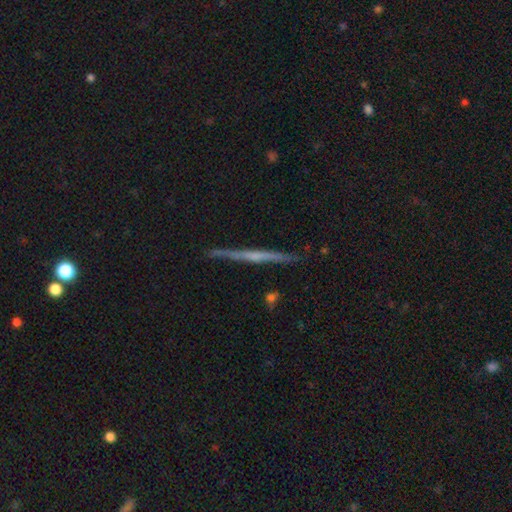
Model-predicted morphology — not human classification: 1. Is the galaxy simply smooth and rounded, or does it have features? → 70% featured or disk, 24% smooth, 6% star or artifact.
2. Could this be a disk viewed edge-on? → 98% yes, 2% no.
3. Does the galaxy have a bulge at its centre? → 58% none, 31% rounded, 11% boxy.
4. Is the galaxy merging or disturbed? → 90% none, 7% minor disturbance, 1% major disturbance, 1% merger.